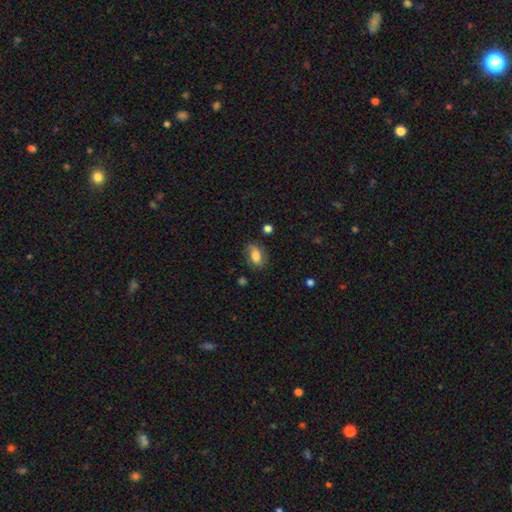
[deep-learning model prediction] Q: Smooth or featured?
A: smooth (63%); runner-up: featured or disk (28%)
Q: How rounded?
A: in between (83%); runner-up: round (13%)
Q: Merging?
A: none (69%); runner-up: minor disturbance (21%)